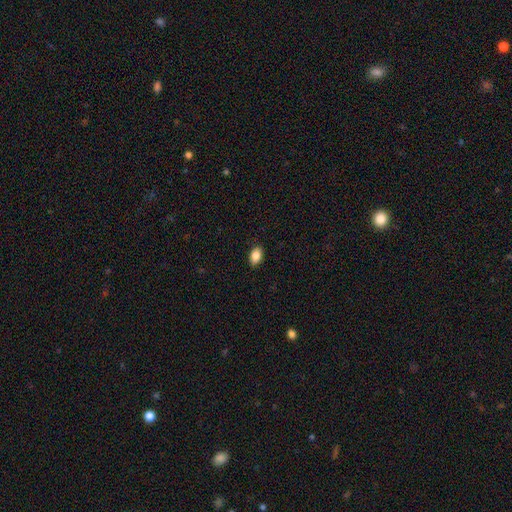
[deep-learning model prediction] Smooth or featured?
  - smooth: 86% *
  - star or artifact: 8%
  - featured or disk: 6%
How rounded?
  - in between: 88% *
  - round: 11%
  - cigar-shaped: 2%
Merging?
  - none: 88% *
  - minor disturbance: 9%
  - major disturbance: 2%
  - merger: 1%